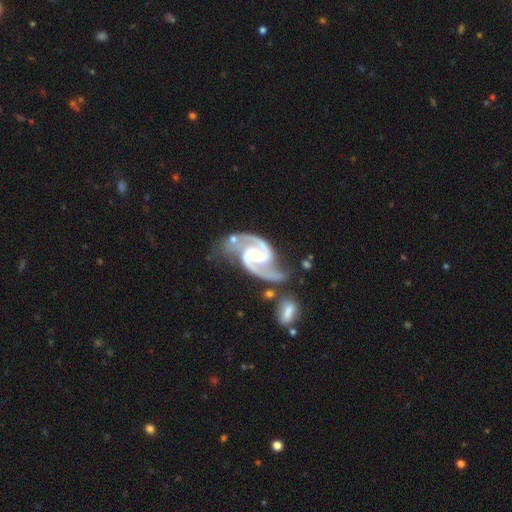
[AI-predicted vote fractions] Smooth or featured? Predicted: featured or disk (p=0.95). Edge-on disk? Predicted: no (p=0.98). Bar? Predicted: no (p=0.41). Spiral arms? Predicted: yes (p=0.99). Spiral winding? Predicted: medium (p=0.65). Spiral arm count? Predicted: 2 (p=0.94). Bulge size? Predicted: small (p=0.53). Merging? Predicted: none (p=0.57).